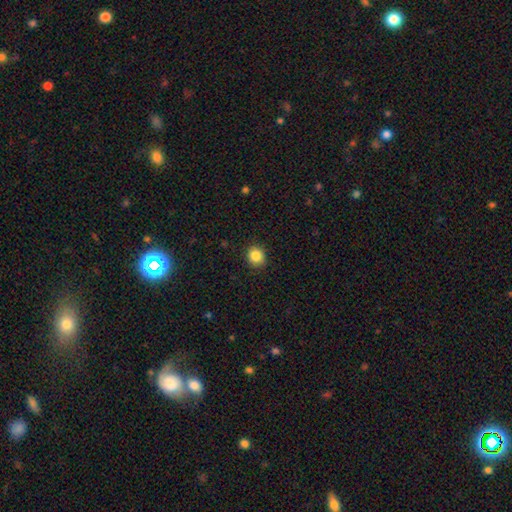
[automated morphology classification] Smooth or featured?
  - smooth: 86% *
  - star or artifact: 10%
  - featured or disk: 4%
How rounded?
  - round: 79% *
  - in between: 20%
  - cigar-shaped: 1%
Merging?
  - none: 89% *
  - minor disturbance: 8%
  - major disturbance: 2%
  - merger: 1%